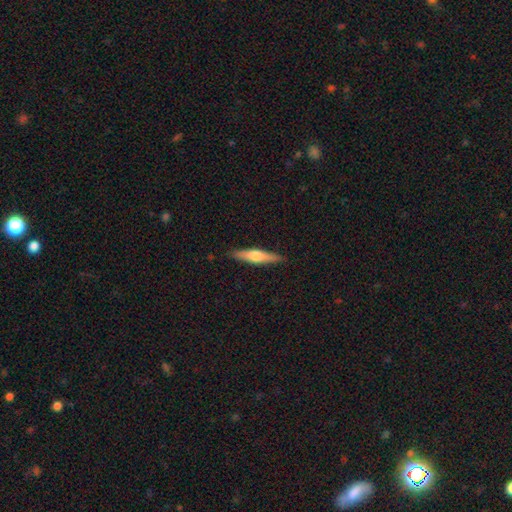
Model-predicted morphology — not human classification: A smooth galaxy with no disk features (47%, tied with featured or disk).

Vote fractions:
- Smooth or featured? smooth: 47% (tied) / featured or disk: 47% (tied) / star or artifact: 5%
- Merging? none: 89% / minor disturbance: 9% / major disturbance: 2% / merger: 1%